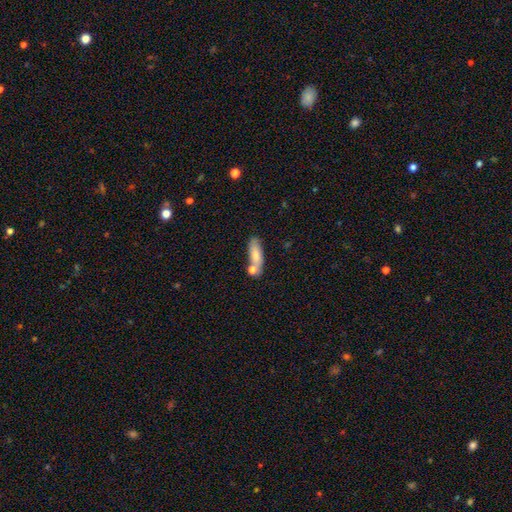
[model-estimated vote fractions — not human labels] A smooth galaxy with no disk features (75%) that is in between round and cigar-shaped (56%). Merging: none (56%).